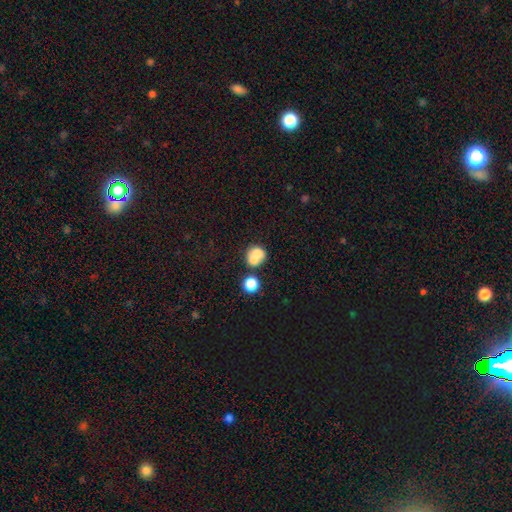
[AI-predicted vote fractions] smooth 74%, featured or disk 15%, star or artifact 11%. Down the decision tree: how rounded — round (74%); merging — merger (51%).